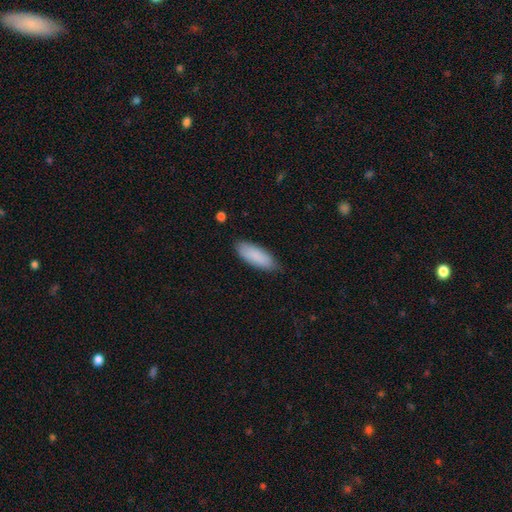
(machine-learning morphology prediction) type=smooth (88%); roundness=in between (68%); merging=none (82%).